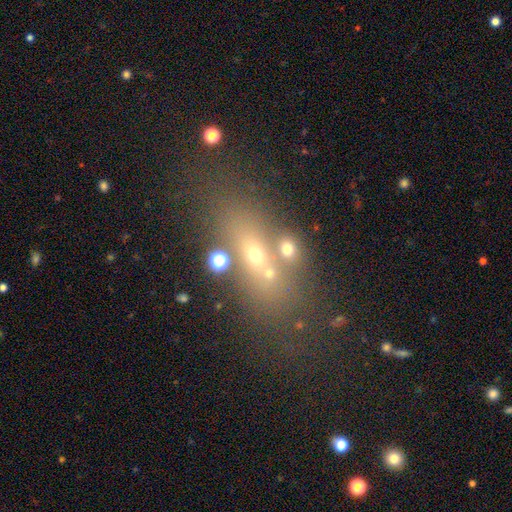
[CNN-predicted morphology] This appears to be a smooth galaxy with no disk features (47%). Merging: none (50%).